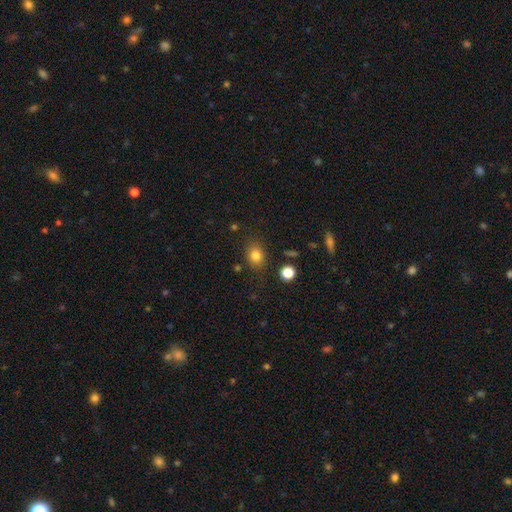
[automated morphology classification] smooth_or_featured: smooth (p=0.81) [alt: star or artifact p=0.12]
how_rounded: round (p=0.51) [alt: in between p=0.48]
merging: none (p=0.82) [alt: minor disturbance p=0.12]